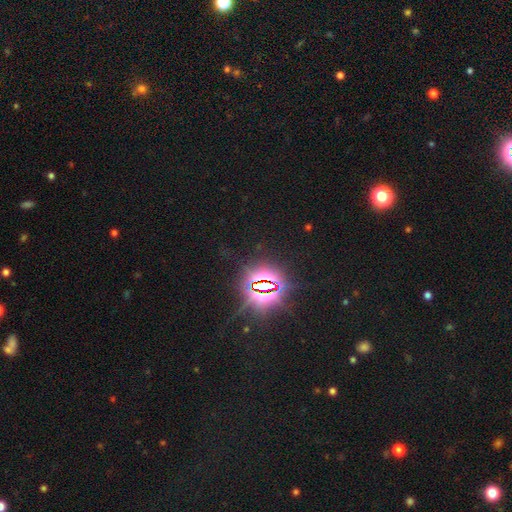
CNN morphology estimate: Overall: star or artifact (84%).